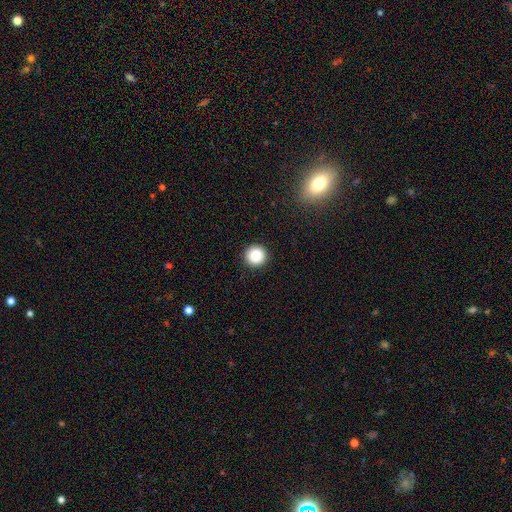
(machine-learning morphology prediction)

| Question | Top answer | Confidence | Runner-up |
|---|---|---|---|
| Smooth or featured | smooth | 86% | star or artifact (10%) |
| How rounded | round | 96% | in between (3%) |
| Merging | none | 93% | minor disturbance (4%) |